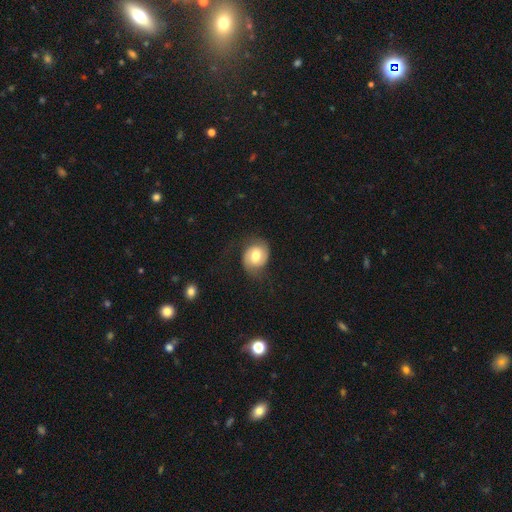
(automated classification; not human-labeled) A featured or disk galaxy (52%) with no bar (52%), spiral arms (84%) and a moderate central bulge (68%). Merging: none (64%).